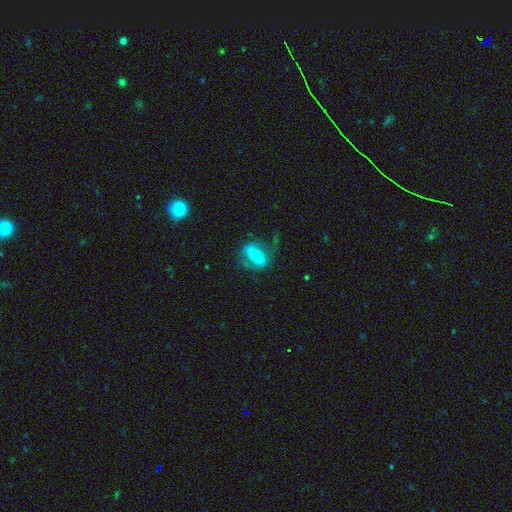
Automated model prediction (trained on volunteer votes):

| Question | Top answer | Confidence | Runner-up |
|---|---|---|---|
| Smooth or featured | featured or disk | 48% | smooth (44%) |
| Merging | none | 61% | minor disturbance (21%) |